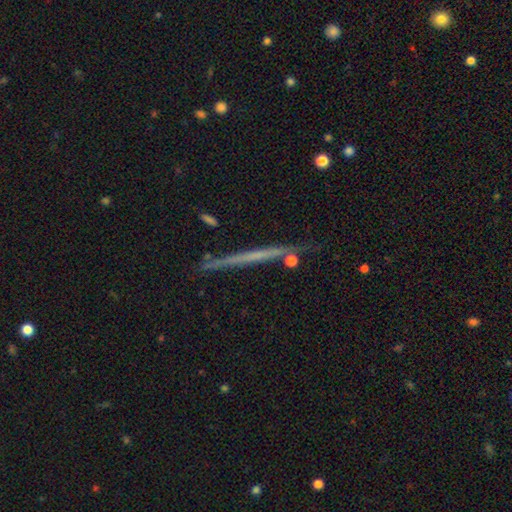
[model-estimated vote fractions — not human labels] Smooth or featured?
  - featured or disk: 59% *
  - smooth: 33%
  - star or artifact: 8%
Edge-on disk?
  - yes: 97% *
  - no: 3%
Edge-on bulge?
  - none: 89% *
  - rounded: 8%
  - boxy: 4%
Merging?
  - none: 86% *
  - minor disturbance: 10%
  - merger: 3%
  - major disturbance: 2%